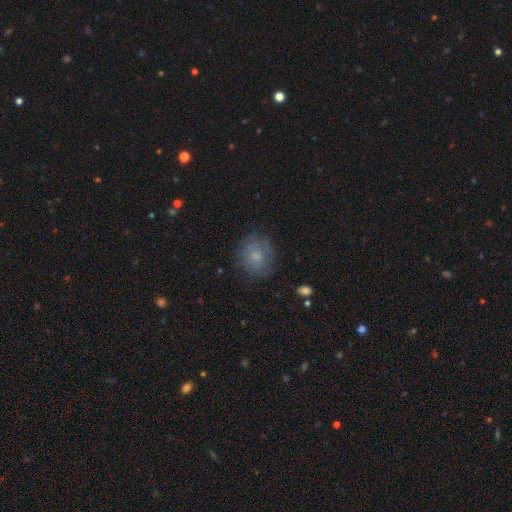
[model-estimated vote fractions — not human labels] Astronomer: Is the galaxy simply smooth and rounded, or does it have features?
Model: smooth — 63%.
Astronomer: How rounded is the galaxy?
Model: round — 69%.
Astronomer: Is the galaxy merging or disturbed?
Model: none — 75%.